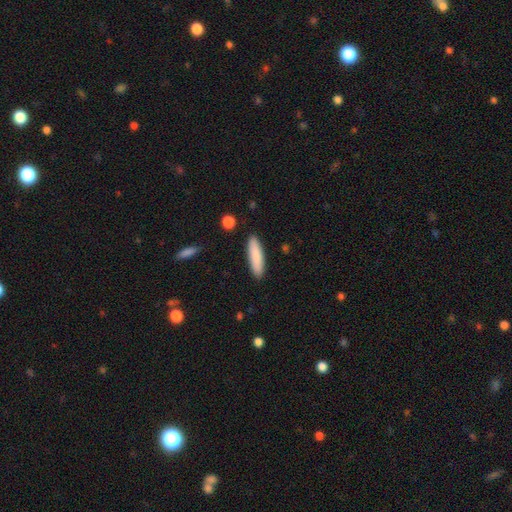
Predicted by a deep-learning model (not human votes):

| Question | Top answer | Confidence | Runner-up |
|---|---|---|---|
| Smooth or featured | smooth | 86% | featured or disk (8%) |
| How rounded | cigar-shaped | 69% | in between (29%) |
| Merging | none | 89% | minor disturbance (8%) |